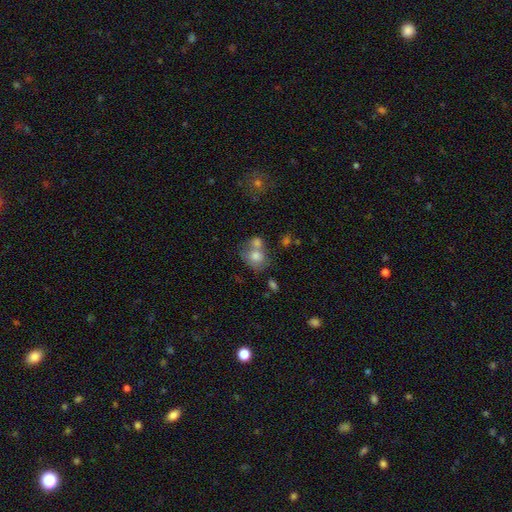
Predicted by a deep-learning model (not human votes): The model was most divided on "merging": merger: 46%, none: 34%, minor disturbance: 13%, major disturbance: 6%. More confident: smooth or featured — smooth (73%); how rounded — round (57%).